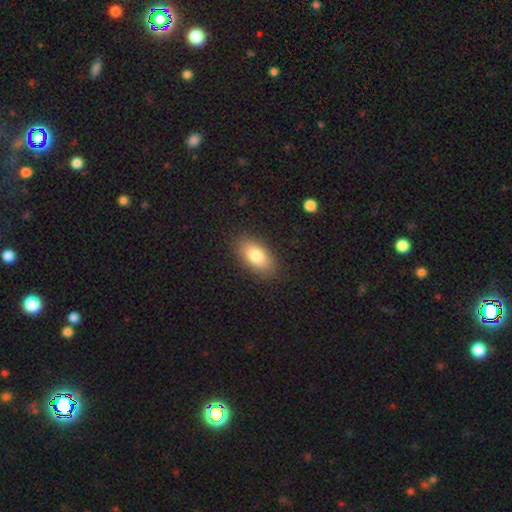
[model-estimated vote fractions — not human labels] smooth_or_featured: smooth (p=0.81) [alt: featured or disk p=0.12]
how_rounded: in between (p=0.92) [alt: round p=0.04]
merging: none (p=0.87) [alt: minor disturbance p=0.09]